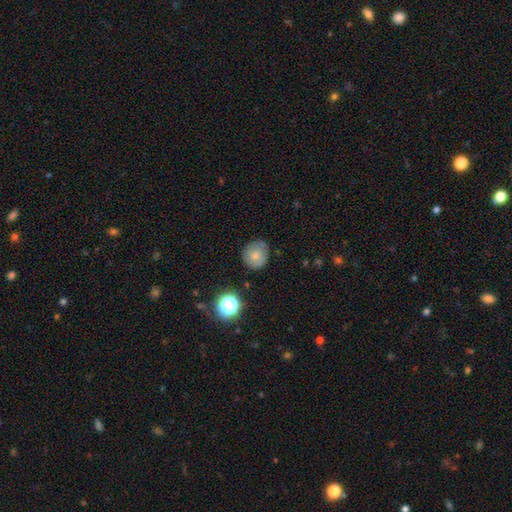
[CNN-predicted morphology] Smooth or featured?
  - smooth: 70% *
  - featured or disk: 19%
  - star or artifact: 11%
How rounded?
  - round: 86% *
  - in between: 13%
  - cigar-shaped: 1%
Merging?
  - none: 74% *
  - minor disturbance: 19%
  - major disturbance: 4%
  - merger: 3%